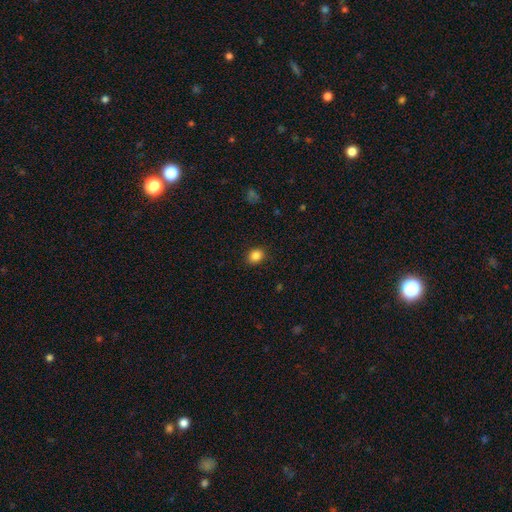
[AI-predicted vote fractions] Smooth or featured? Predicted: smooth (p=0.86). How rounded? Predicted: in between (p=0.51). Merging? Predicted: none (p=0.89).